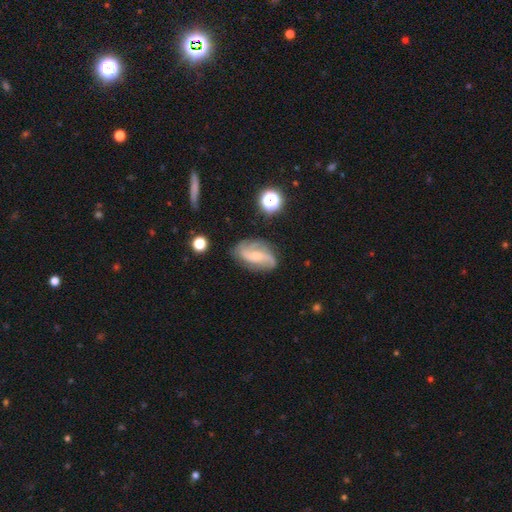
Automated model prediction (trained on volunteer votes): smooth-or-featured: featured or disk: 78% | smooth: 15% | star or artifact: 7%
  disk-edge-on: no: 95% | yes: 5%
    bar: no: 47% | weak: 38% | strong: 15%
    has-spiral-arms: yes: 94% | no: 6%
      spiral-winding: loose: 45% | medium: 38% | tight: 17%
      spiral-arm-count: 2: 63% | 3: 15% | can't tell: 12% | 1: 4% | 4: 3% | more than 4: 3%
    bulge-size: small: 60% | moderate: 33% | none: 4% | large: 2% | dominant: 1%
  merging: none: 70% | minor disturbance: 20% | major disturbance: 8% | merger: 2%